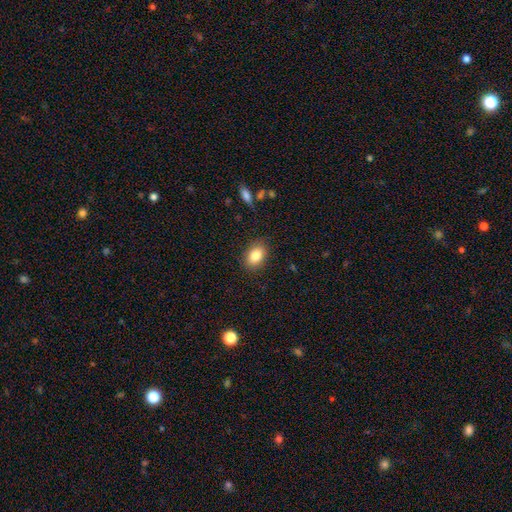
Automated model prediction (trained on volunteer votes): The model was most divided on "how rounded": in between: 84%, round: 15%, cigar-shaped: 1%. More confident: merging — none (86%); smooth or featured — smooth (84%).